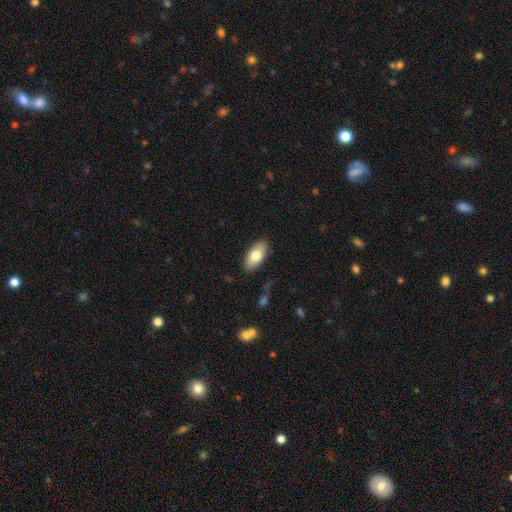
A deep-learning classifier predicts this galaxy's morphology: This is likely a smooth galaxy (77%). How rounded: clearly in between (91%). Merging: clearly none (86%).